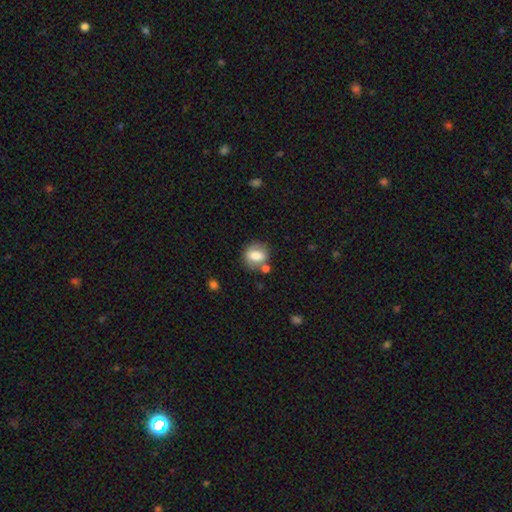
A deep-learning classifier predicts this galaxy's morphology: type=smooth (70%); roundness=round (54%); merging=none (67%).